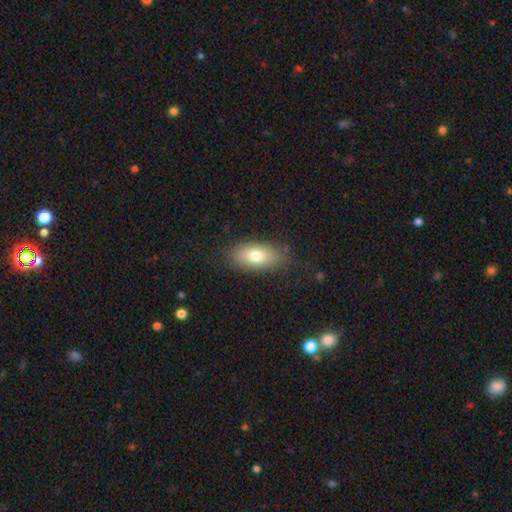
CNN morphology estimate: A smooth galaxy with no disk features (75%) that is in between round and cigar-shaped (87%). Merging: none (80%).